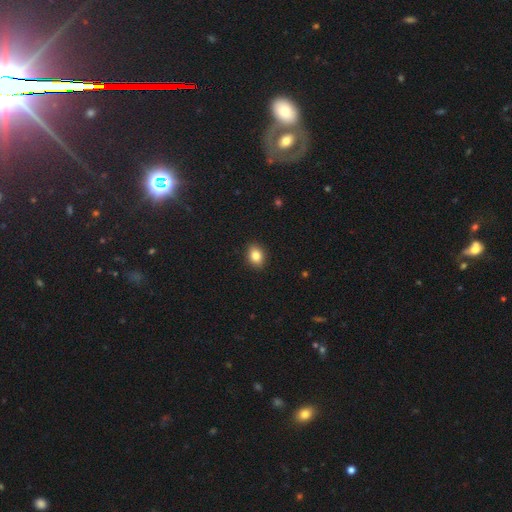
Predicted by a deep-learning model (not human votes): Smooth or featured: smooth — 84% (star or artifact — 9%)
How rounded: in between — 68% (round — 31%)
Merging: none — 90% (minor disturbance — 7%)